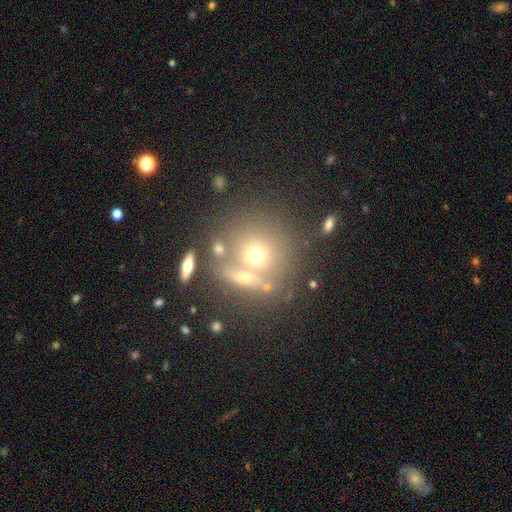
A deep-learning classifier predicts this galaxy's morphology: Smooth or featured? smooth (58%)
How rounded? round (88%)
Merging? none (58%)